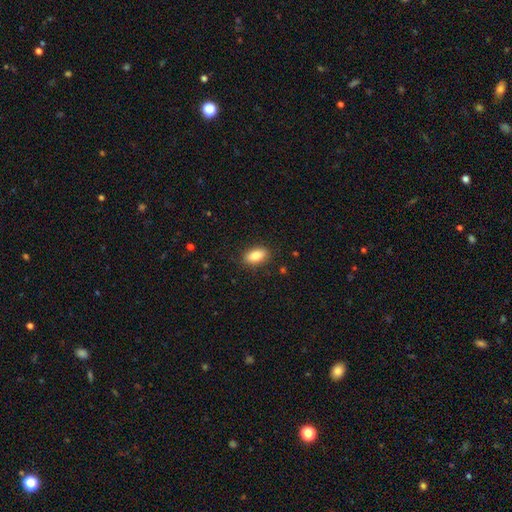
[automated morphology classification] Overall: smooth (85%). How rounded: in between (90%). Merging: none (87%).